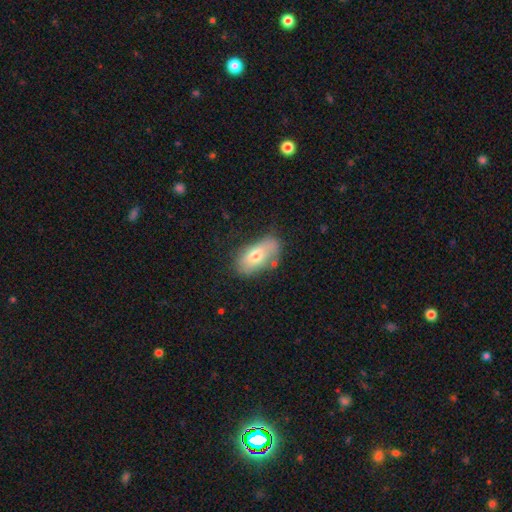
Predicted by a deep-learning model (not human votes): smooth-or-featured: smooth: 67% | featured or disk: 25% | star or artifact: 8%
  how-rounded: in between: 90% | cigar-shaped: 5% | round: 5%
  merging: none: 60% | minor disturbance: 26% | major disturbance: 8% | merger: 6%